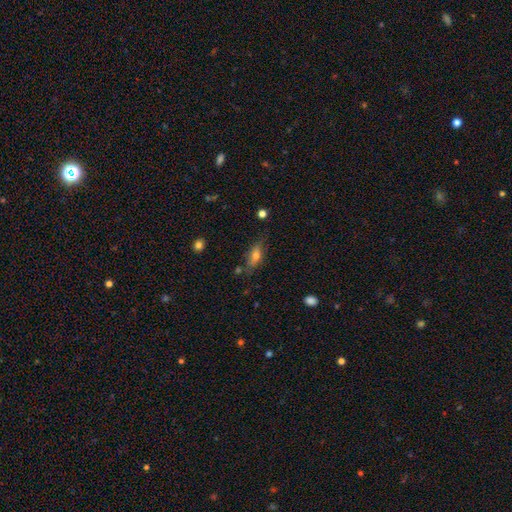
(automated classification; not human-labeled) This is possibly a smooth galaxy (57%). How rounded: likely in between (66%). Merging: likely none (69%).